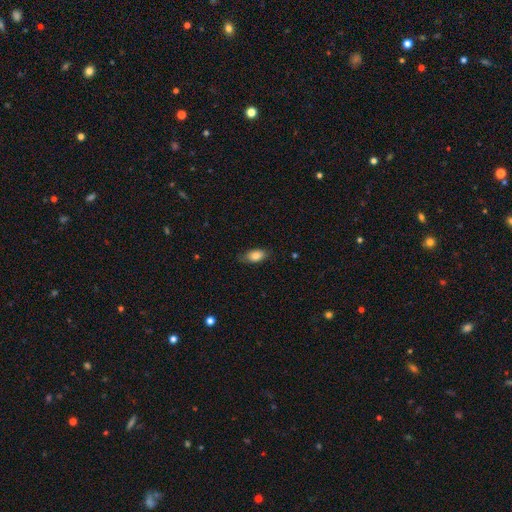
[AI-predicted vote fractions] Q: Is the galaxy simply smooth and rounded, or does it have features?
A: smooth — 82%.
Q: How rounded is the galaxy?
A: in between — 89%.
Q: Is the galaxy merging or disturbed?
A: none — 76%.